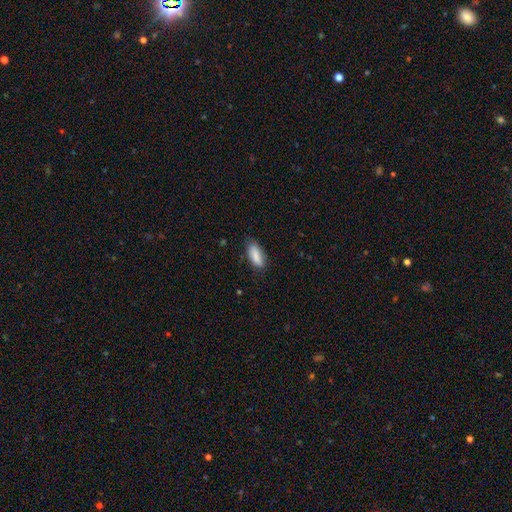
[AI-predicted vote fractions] This is clearly a smooth galaxy (86%). How rounded: likely in between (79%). Merging: likely none (77%).